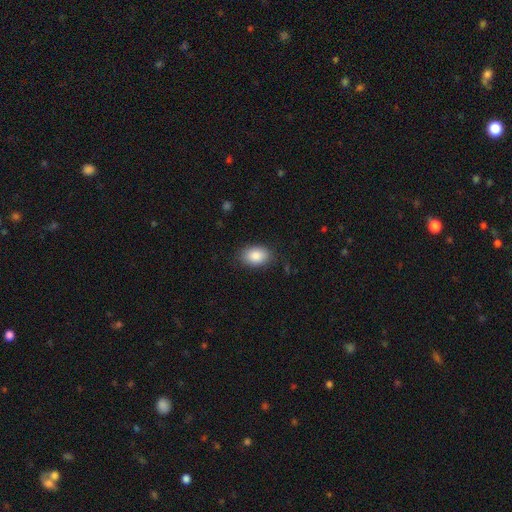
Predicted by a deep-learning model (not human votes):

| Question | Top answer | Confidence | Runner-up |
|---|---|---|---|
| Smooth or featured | smooth | 88% | star or artifact (7%) |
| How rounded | in between | 84% | round (15%) |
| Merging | none | 85% | minor disturbance (11%) |